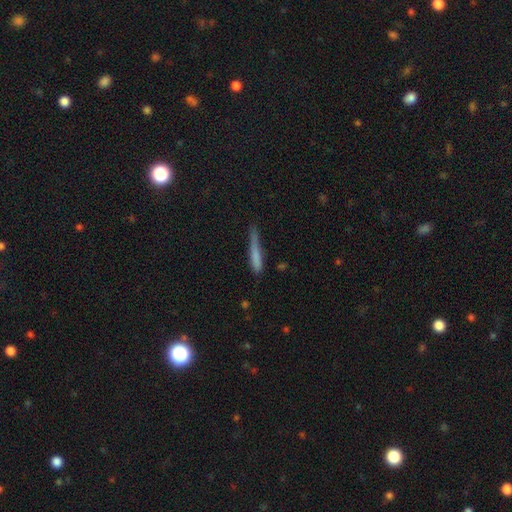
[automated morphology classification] This is likely a smooth galaxy (74%). How rounded: clearly cigar-shaped (93%). Merging: possibly none (57%).